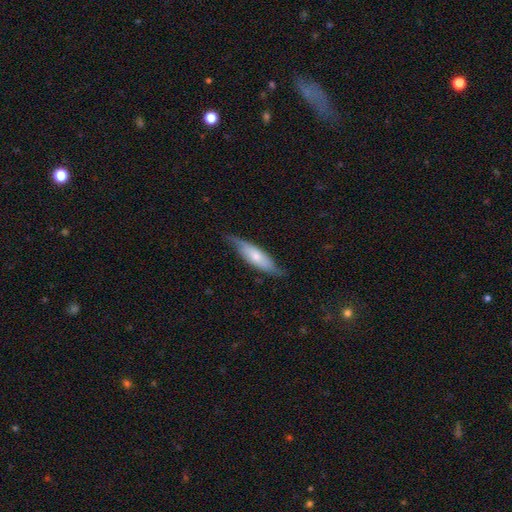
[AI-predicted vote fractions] Overall: featured or disk (51%; smooth 42%). Edge-on disk: yes (60%; no 40%). Merging: none (73%).